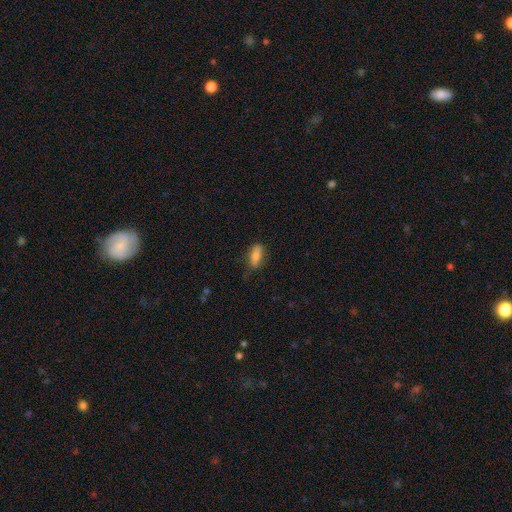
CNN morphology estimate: Overall: smooth (74%). How rounded: in between (72%). Merging: none (70%).